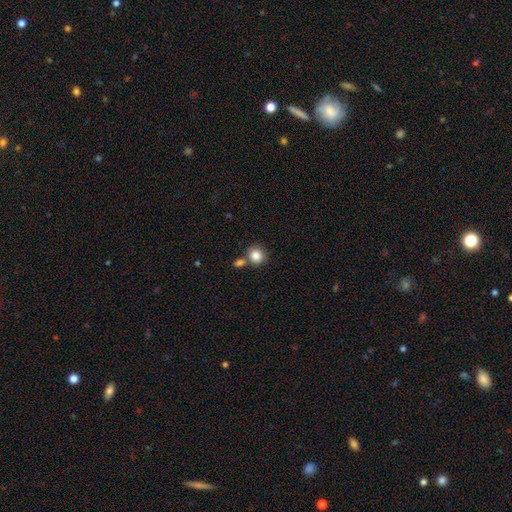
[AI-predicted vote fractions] Overall: smooth (85%). How rounded: round (82%). Merging: none (61%; merger 25%).